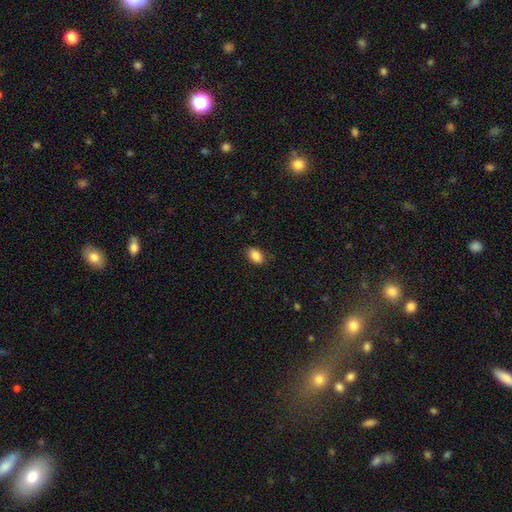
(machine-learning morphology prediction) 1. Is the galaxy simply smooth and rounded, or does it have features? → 88% smooth, 8% star or artifact, 4% featured or disk.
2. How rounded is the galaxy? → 89% in between, 9% round, 2% cigar-shaped.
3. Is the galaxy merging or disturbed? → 85% none, 11% minor disturbance, 3% major disturbance, 1% merger.